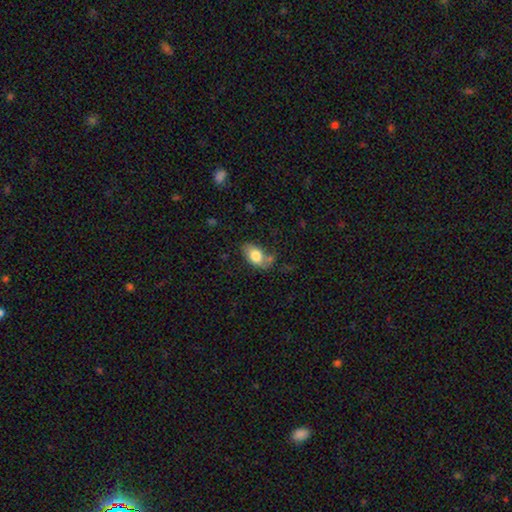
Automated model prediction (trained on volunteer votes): smooth-or-featured: smooth: 78% | featured or disk: 15% | star or artifact: 7%
  how-rounded: in between: 88% | round: 10% | cigar-shaped: 2%
  merging: none: 56% | minor disturbance: 26% | merger: 10% | major disturbance: 9%